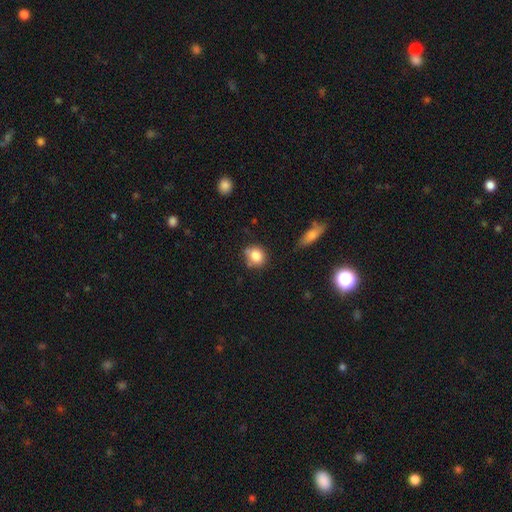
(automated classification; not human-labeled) The model was most divided on "merging": none: 66%, minor disturbance: 20%, merger: 10%, major disturbance: 5%. More confident: smooth or featured — smooth (81%); how rounded — round (77%).